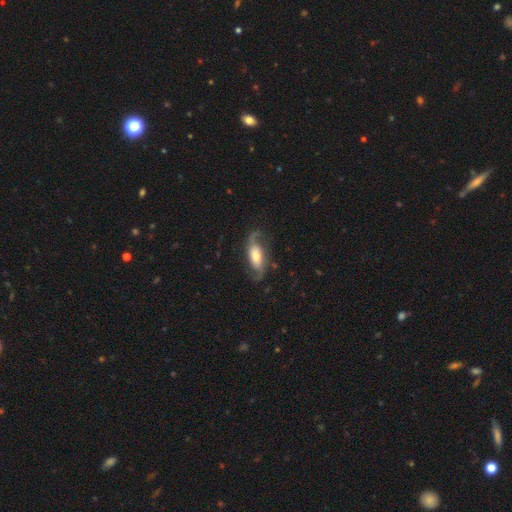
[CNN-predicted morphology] This is likely a featured or disk galaxy (74%). It is clearly not viewed edge-on (91%). Bar: possibly no (48%). Spiral arm pattern: clearly yes (94%). Spiral arm count: clearly 2 (90%). Spiral winding: possibly loose (56%). Central bulge: marginally moderate (39%). Merging: likely none (69%).